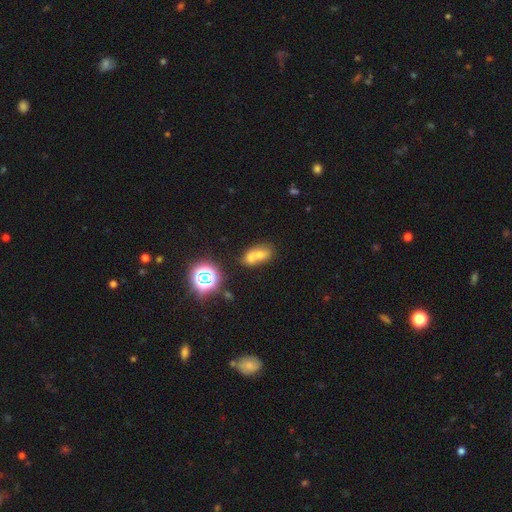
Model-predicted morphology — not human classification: Overall: smooth (58%; featured or disk 23%). How rounded: in between (63%; round 34%). Merging: merger (67%).